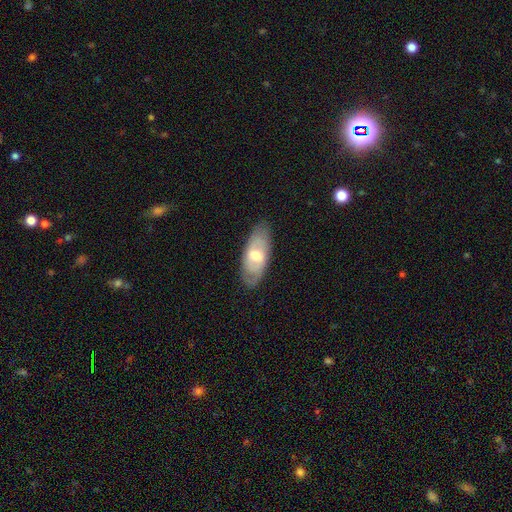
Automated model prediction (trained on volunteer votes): A featured or disk galaxy (53%). Merging: none (81%).